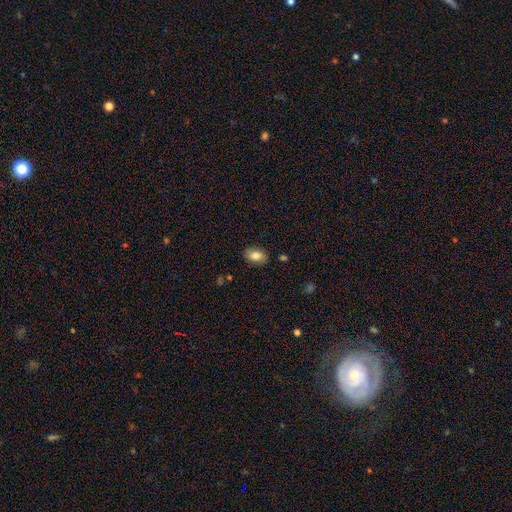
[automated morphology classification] smooth 81%, featured or disk 11%, star or artifact 8%. Down the decision tree: how rounded — in between (83%); merging — none (86%).